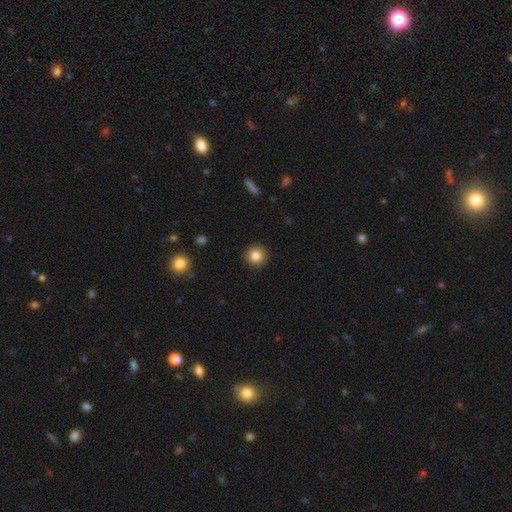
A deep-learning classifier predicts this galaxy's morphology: Smooth or featured?
  - smooth: 84% *
  - star or artifact: 10%
  - featured or disk: 6%
How rounded?
  - round: 94% *
  - in between: 5%
  - cigar-shaped: 1%
Merging?
  - none: 92% *
  - minor disturbance: 5%
  - major disturbance: 2%
  - merger: 1%